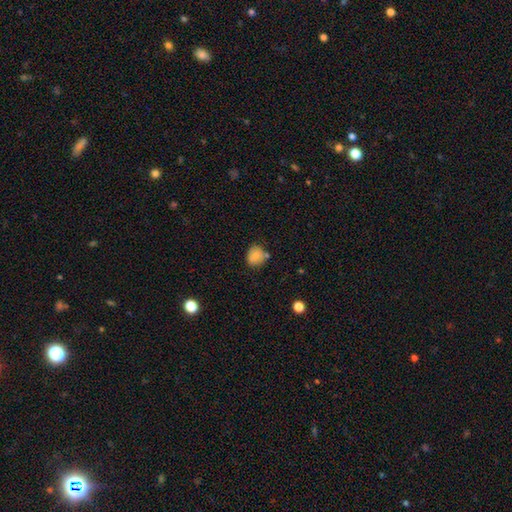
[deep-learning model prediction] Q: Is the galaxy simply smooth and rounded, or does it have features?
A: smooth — 81%.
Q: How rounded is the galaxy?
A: round — 68%.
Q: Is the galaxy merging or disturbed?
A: none — 68%.